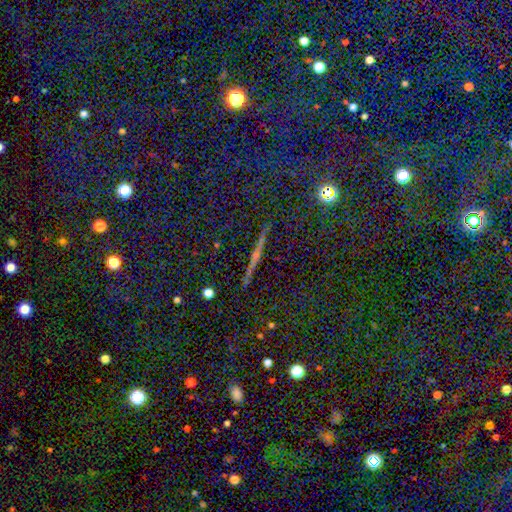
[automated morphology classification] smooth-or-featured: featured or disk: 56% | star or artifact: 28% | smooth: 17%
  disk-edge-on: yes: 95% | no: 5%
    edge-on-bulge: rounded: 72% | none: 19% | boxy: 9%
  merging: none: 91% | minor disturbance: 5% | major disturbance: 2% | merger: 2%